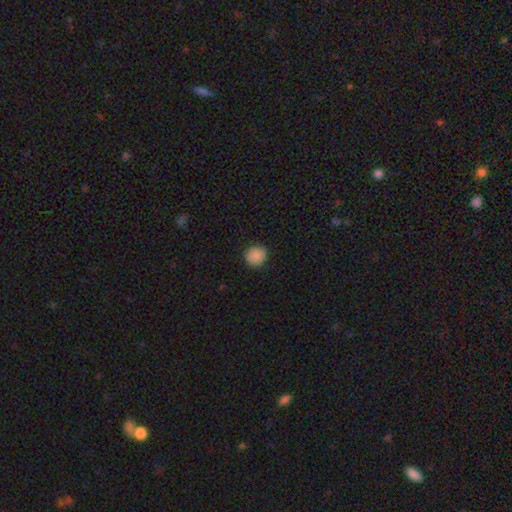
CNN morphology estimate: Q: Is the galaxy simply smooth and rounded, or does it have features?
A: smooth — 88%.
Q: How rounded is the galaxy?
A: round — 89%.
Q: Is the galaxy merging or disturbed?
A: none — 90%.